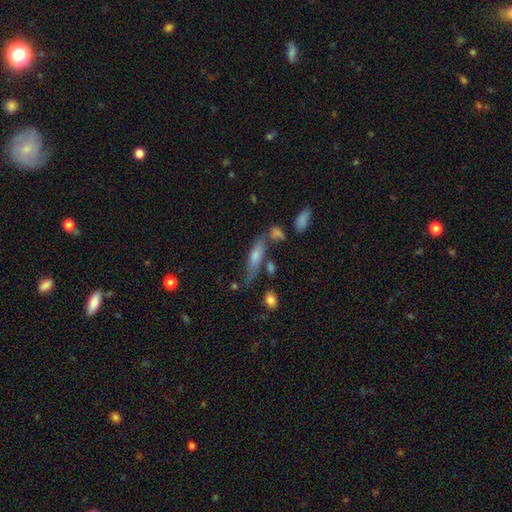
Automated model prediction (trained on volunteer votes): Overall: featured or disk (45%; smooth 43%). Merging: none (54%; minor disturbance 21%).